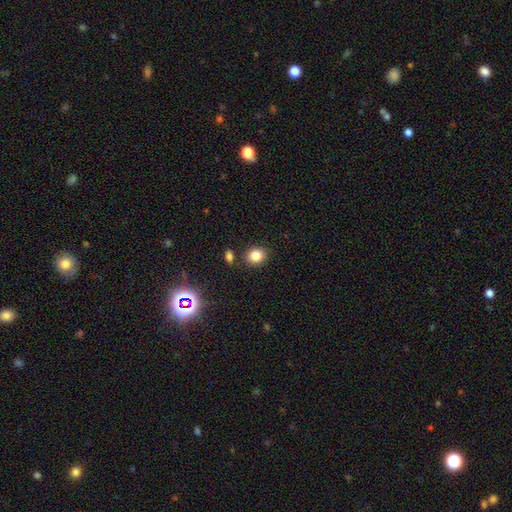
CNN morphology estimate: This appears to be a smooth galaxy with no disk features (83%) that is round (65%). Merging: none (83%).